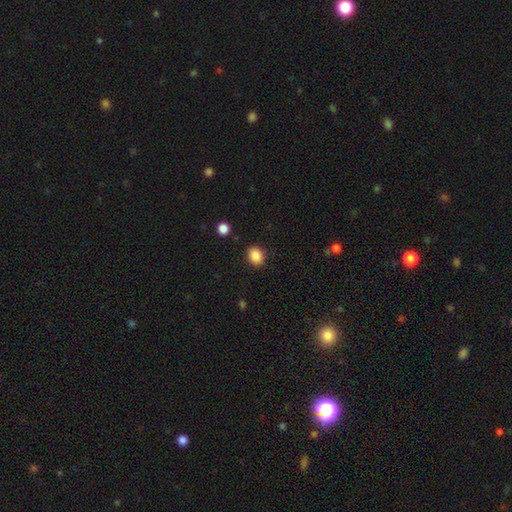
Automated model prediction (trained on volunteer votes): Q: Smooth or featured?
A: smooth (88%); runner-up: star or artifact (9%)
Q: How rounded?
A: round (51%); runner-up: in between (48%)
Q: Merging?
A: none (88%); runner-up: minor disturbance (8%)